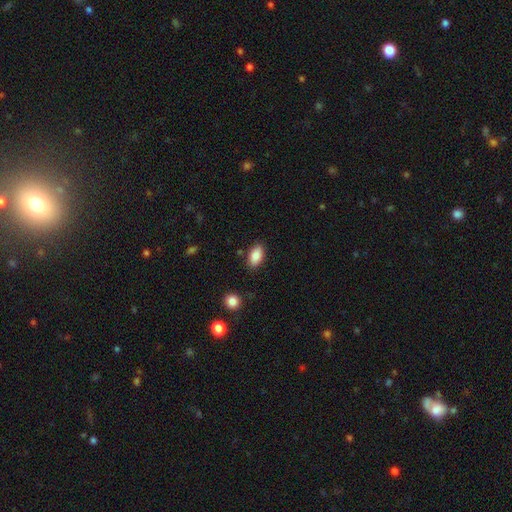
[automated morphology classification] This appears to be a smooth galaxy with no disk features (87%) that is in between round and cigar-shaped (91%). Merging: none (85%).